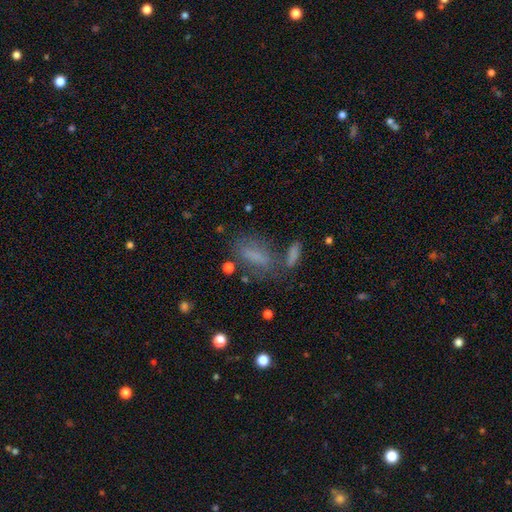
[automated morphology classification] Smooth or featured? smooth (65%)
How rounded? in between (66%)
Merging? none (51%)